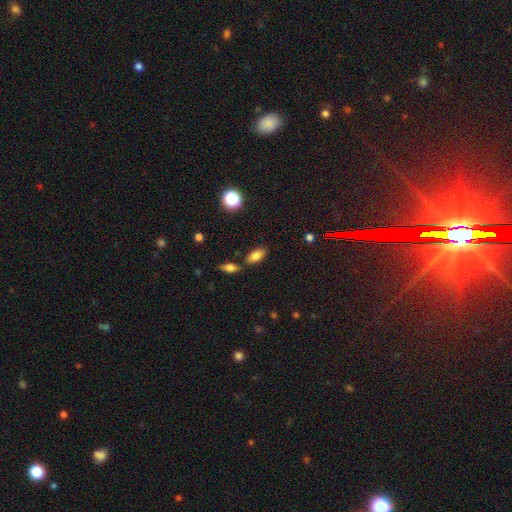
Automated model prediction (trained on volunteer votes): Smooth or featured? Predicted: smooth (p=0.80). How rounded? Predicted: in between (p=0.87). Merging? Predicted: none (p=0.73).